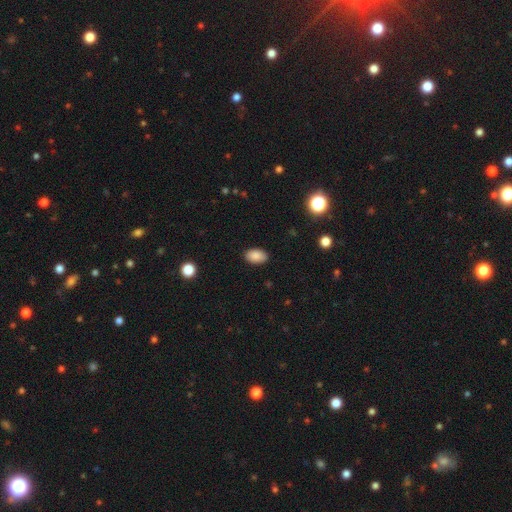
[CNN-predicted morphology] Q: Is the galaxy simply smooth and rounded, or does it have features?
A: smooth — 87%.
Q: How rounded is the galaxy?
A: in between — 90%.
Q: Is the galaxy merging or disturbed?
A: none — 88%.